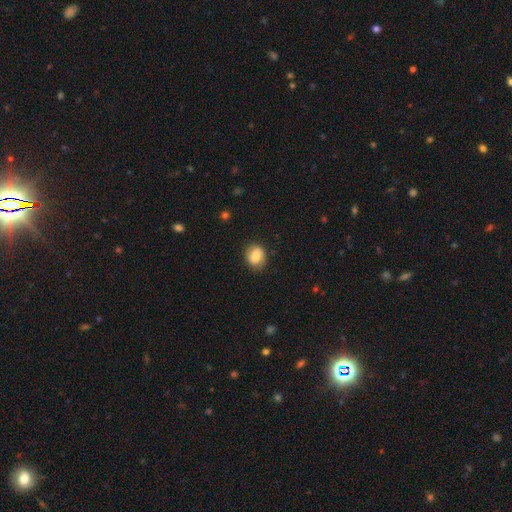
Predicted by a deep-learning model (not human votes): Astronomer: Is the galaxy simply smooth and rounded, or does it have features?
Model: smooth — 74%.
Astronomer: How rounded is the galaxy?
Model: round — 51% (runner-up: in between, 48%).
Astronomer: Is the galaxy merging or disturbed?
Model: none — 80%.